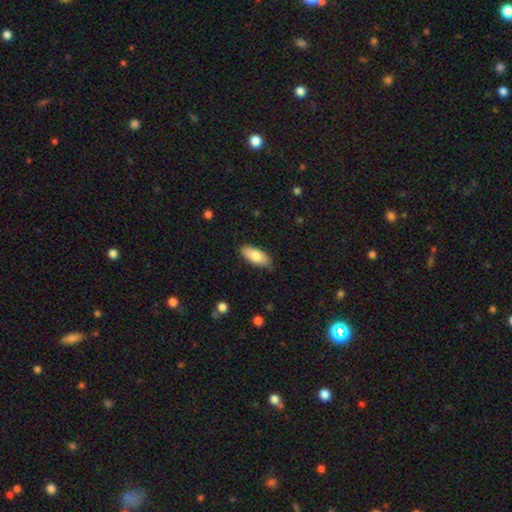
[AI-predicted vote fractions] A smooth galaxy with no disk features (78%) that is in between round and cigar-shaped (85%).

Vote fractions:
- Smooth or featured? smooth: 78% / featured or disk: 16% / star or artifact: 6%
- How rounded? in between: 85% / cigar-shaped: 13% / round: 2%
- Merging? none: 77% / minor disturbance: 19% / major disturbance: 3% / merger: 1%